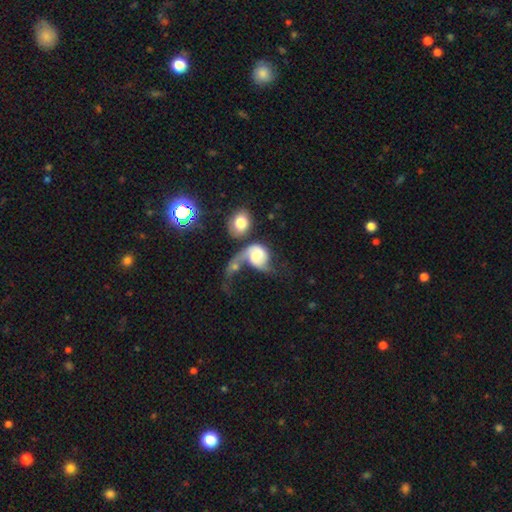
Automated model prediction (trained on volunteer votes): A featured or disk galaxy (61%) with no bar (53%), spiral arms (81%) and a moderate central bulge (29%).

Vote fractions:
- Smooth or featured? featured or disk: 61% / smooth: 30% / star or artifact: 9%
- Edge-on disk? no: 97% / yes: 3%
- Bar? no: 53% / weak: 34% / strong: 13%
- Spiral arms? yes: 81% / no: 19%
- Bulge size? moderate: 29% / large: 25% / small: 19% / none: 19% / dominant: 8%
- Merging? merger: 51% / major disturbance: 30% / none: 12% / minor disturbance: 7%